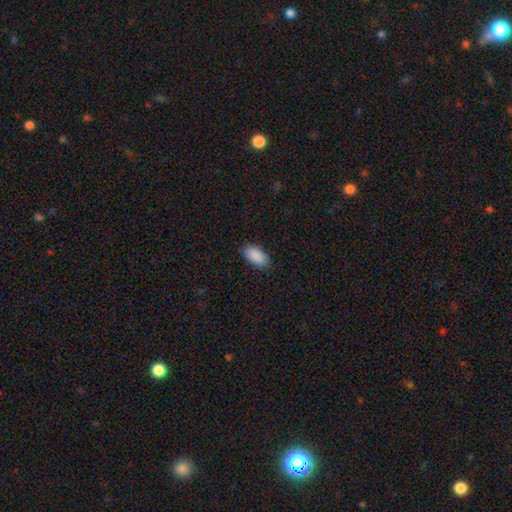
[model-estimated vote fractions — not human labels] The model was most divided on "merging": none: 88%, minor disturbance: 9%, major disturbance: 2%, merger: 1%. More confident: how rounded — in between (94%); smooth or featured — smooth (91%).